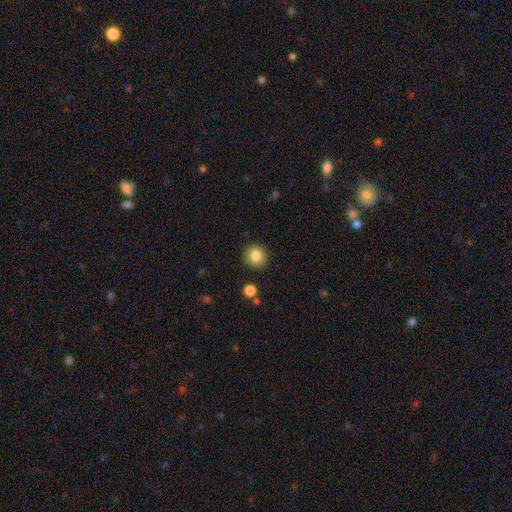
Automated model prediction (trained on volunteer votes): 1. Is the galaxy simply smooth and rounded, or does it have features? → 84% smooth, 10% star or artifact, 7% featured or disk.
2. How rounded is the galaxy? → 90% round, 9% in between, 1% cigar-shaped.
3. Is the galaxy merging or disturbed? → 90% none, 6% minor disturbance, 2% major disturbance, 1% merger.